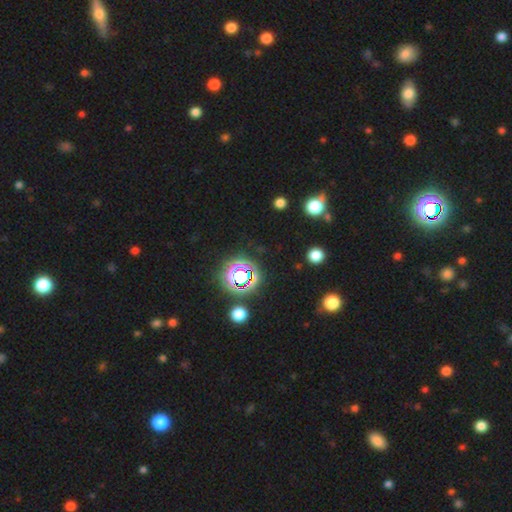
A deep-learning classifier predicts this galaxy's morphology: Overall: star or artifact (77%).